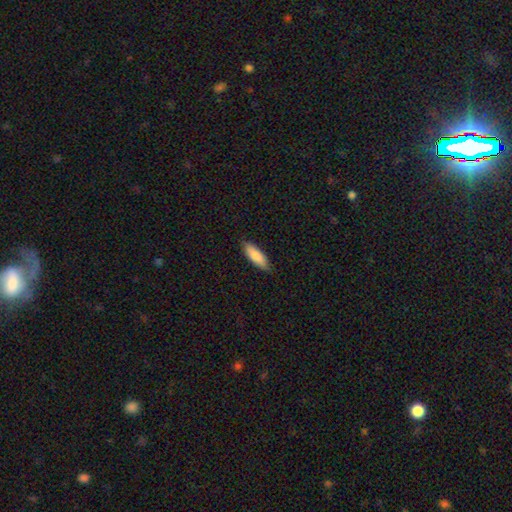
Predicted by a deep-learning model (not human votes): Smooth or featured: smooth — 86% (featured or disk — 8%)
How rounded: in between — 61% (cigar-shaped — 38%)
Merging: none — 85% (minor disturbance — 12%)